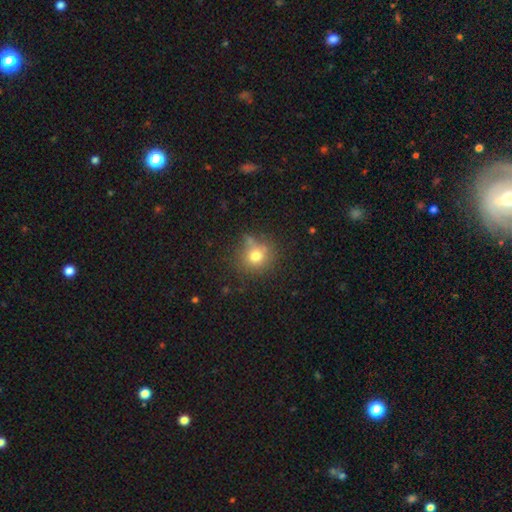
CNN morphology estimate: A smooth galaxy with no disk features (75%) that is round (86%). Merging: none (70%).